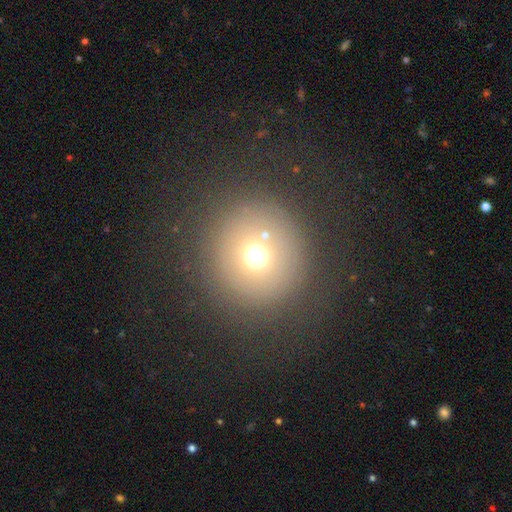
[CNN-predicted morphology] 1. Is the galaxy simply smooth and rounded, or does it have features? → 65% smooth, 20% star or artifact, 15% featured or disk.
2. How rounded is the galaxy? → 93% round, 6% in between, 1% cigar-shaped.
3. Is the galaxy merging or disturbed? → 81% none, 9% minor disturbance, 7% major disturbance, 3% merger.